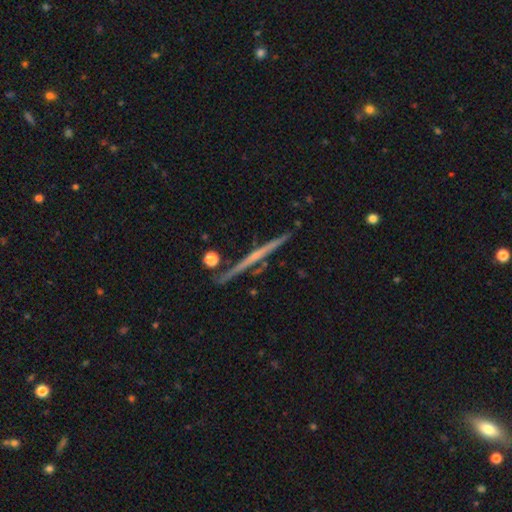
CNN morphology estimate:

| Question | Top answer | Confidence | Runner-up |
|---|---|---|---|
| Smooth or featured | featured or disk | 73% | smooth (20%) |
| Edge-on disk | yes | 98% | no (2%) |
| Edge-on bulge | none | 65% | rounded (28%) |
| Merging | none | 89% | minor disturbance (7%) |